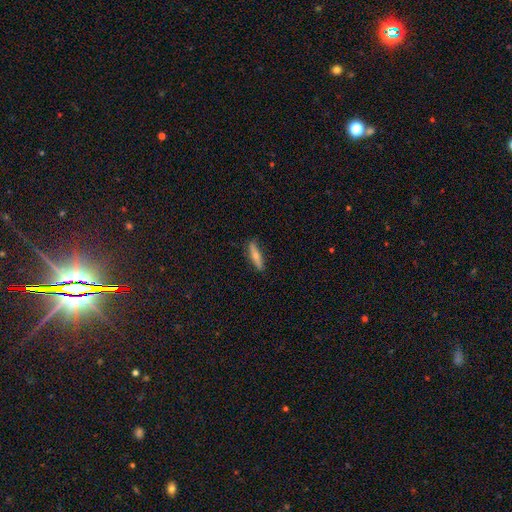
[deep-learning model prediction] Q: Smooth or featured?
A: smooth (55%); runner-up: featured or disk (39%)
Q: How rounded?
A: cigar-shaped (76%); runner-up: in between (21%)
Q: Merging?
A: none (84%); runner-up: minor disturbance (13%)